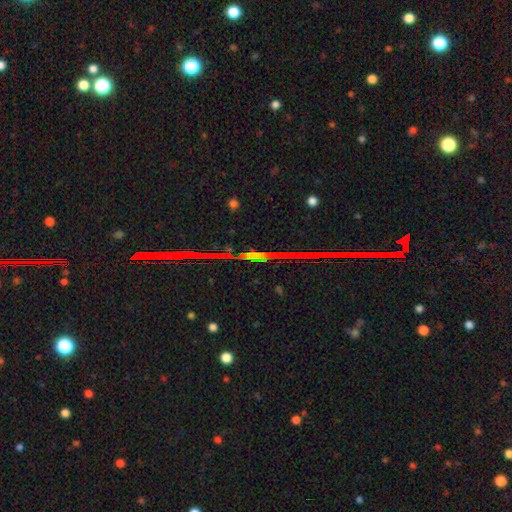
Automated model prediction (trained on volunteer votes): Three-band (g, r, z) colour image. It shows a star or artifact, not a galaxy (82%).